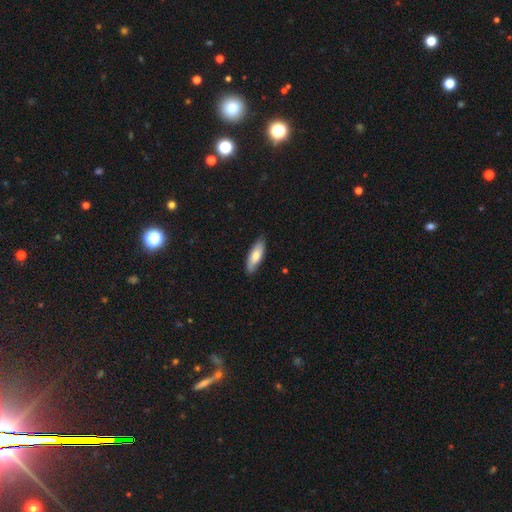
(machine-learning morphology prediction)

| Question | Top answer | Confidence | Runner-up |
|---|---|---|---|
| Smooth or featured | smooth | 73% | featured or disk (21%) |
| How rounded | in between | 58% | cigar-shaped (40%) |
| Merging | none | 83% | minor disturbance (14%) |